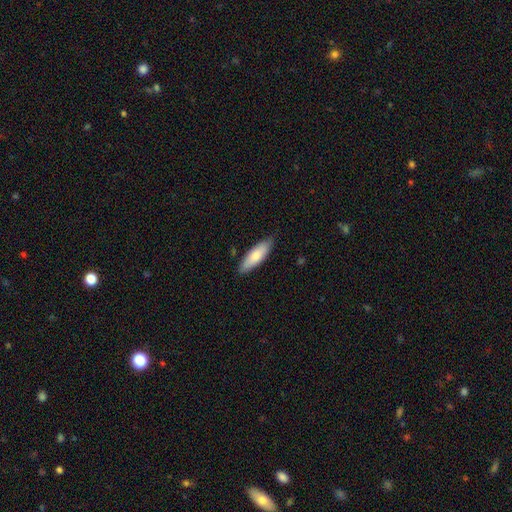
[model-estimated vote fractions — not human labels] smooth 77%, featured or disk 18%, star or artifact 5%. Down the decision tree: how rounded — in between (50%); merging — none (81%).